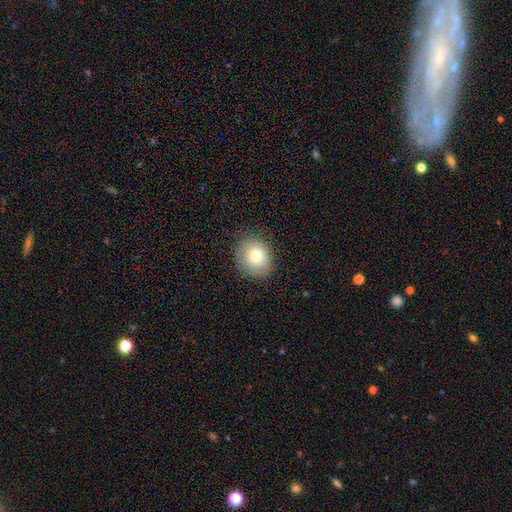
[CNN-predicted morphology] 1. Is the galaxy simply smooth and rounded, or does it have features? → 77% smooth, 14% featured or disk, 9% star or artifact.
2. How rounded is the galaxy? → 69% round, 30% in between, 1% cigar-shaped.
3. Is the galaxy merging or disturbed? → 84% none, 11% minor disturbance, 3% major disturbance, 1% merger.